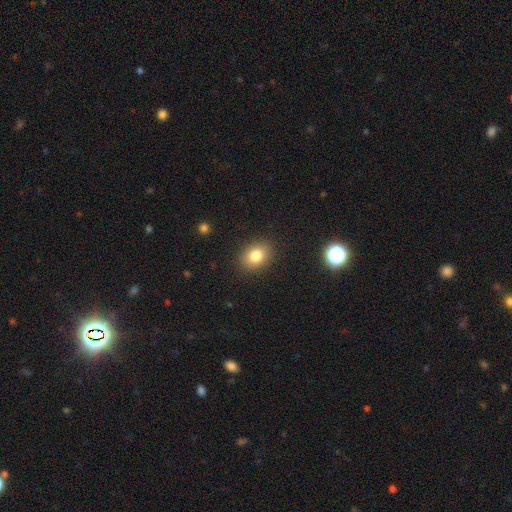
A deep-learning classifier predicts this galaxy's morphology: smooth_or_featured: smooth (p=0.81) [alt: star or artifact p=0.11]
how_rounded: in between (p=0.61) [alt: round p=0.38]
merging: none (p=0.88) [alt: minor disturbance p=0.08]